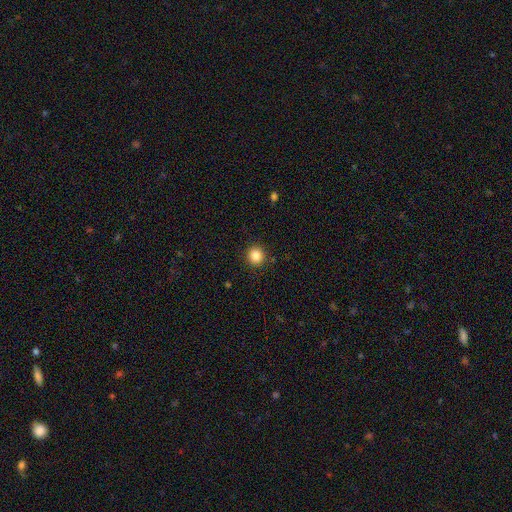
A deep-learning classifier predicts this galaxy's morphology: This appears to be a smooth galaxy with no disk features (86%) that is round (93%). Merging: none (91%).